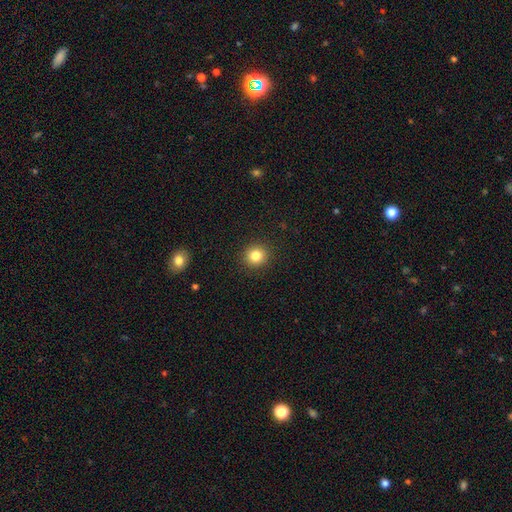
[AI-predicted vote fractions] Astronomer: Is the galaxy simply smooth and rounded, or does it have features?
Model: smooth — 83%.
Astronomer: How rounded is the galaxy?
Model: round — 90%.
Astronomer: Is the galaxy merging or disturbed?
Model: none — 92%.